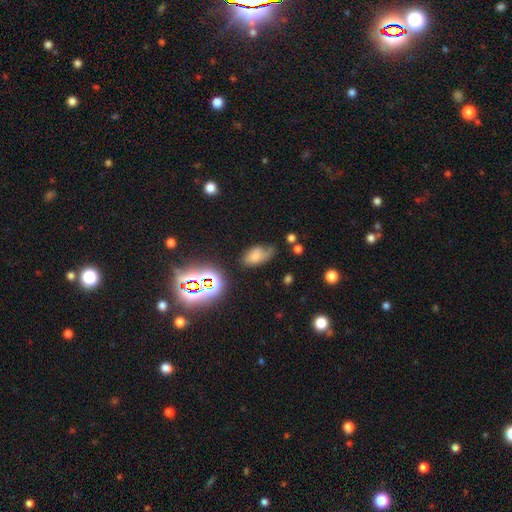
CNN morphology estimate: Smooth or featured? smooth (58%)
How rounded? in between (90%)
Merging? none (48%)